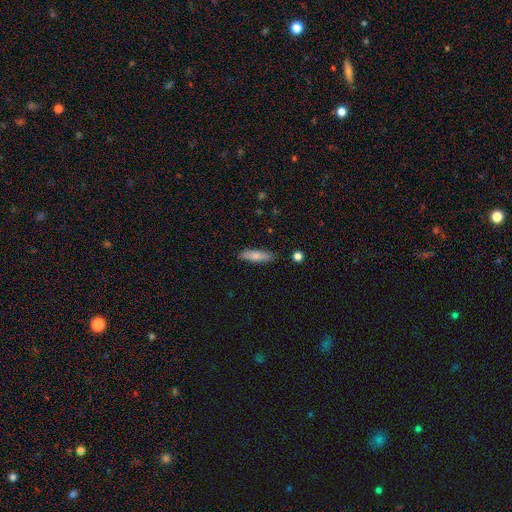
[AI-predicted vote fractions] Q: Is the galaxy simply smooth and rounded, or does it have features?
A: smooth — 77%.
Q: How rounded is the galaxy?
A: cigar-shaped — 67%.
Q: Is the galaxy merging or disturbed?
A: none — 85%.